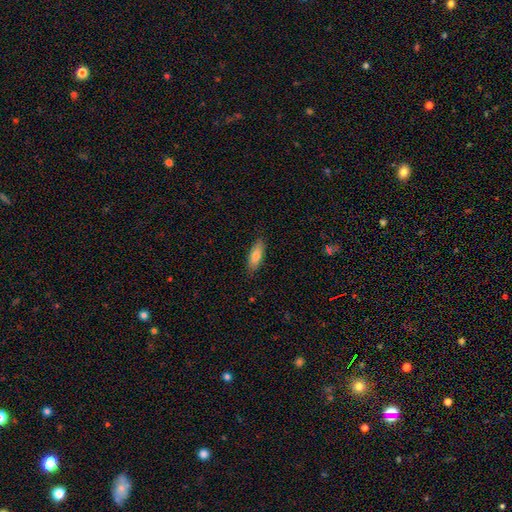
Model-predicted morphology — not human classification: The model was most divided on "how rounded": in between: 66%, cigar-shaped: 32%, round: 2%. More confident: merging — none (84%); smooth or featured — smooth (81%).